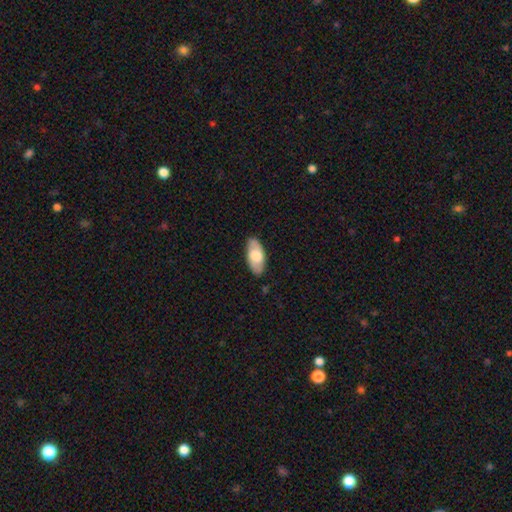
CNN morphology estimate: Smooth or featured?
  - smooth: 65% *
  - featured or disk: 30%
  - star or artifact: 5%
How rounded?
  - in between: 91% *
  - cigar-shaped: 6%
  - round: 2%
Merging?
  - none: 84% *
  - minor disturbance: 12%
  - major disturbance: 2%
  - merger: 1%